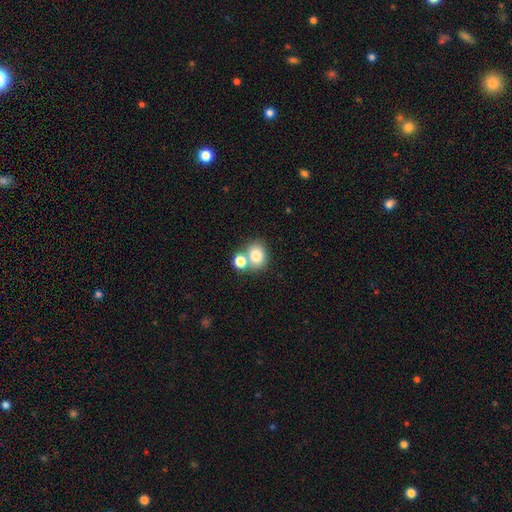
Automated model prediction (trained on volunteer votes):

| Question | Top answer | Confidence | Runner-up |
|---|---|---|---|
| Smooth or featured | smooth | 77% | star or artifact (12%) |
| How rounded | round | 63% | in between (36%) |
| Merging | none | 50% | merger (38%) |